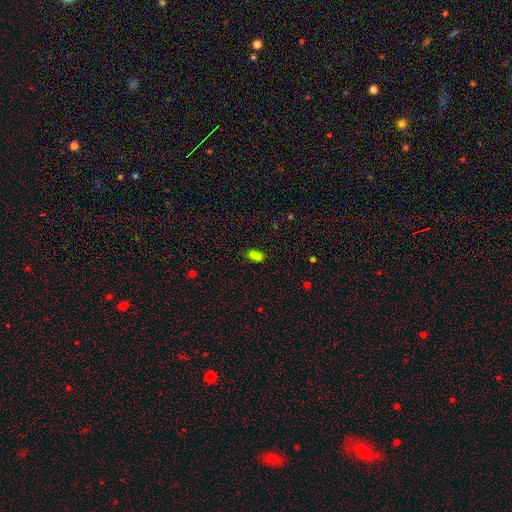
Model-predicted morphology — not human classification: A smooth galaxy with no disk features (80%) that is in between round and cigar-shaped (86%). Merging: none (78%).